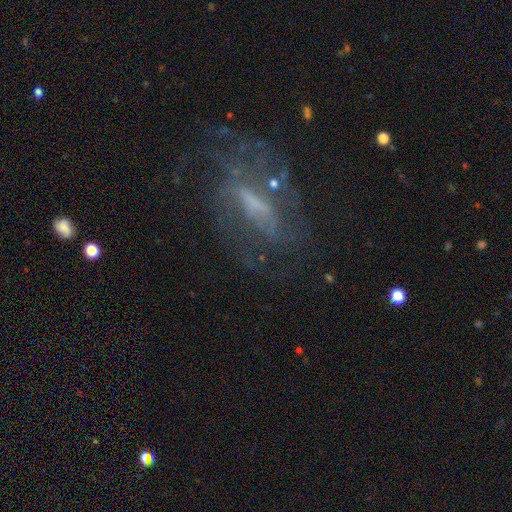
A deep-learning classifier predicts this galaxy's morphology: This is likely a featured or disk galaxy (66%). It is likely not viewed edge-on (80%). Bar: marginally weak (39%). Spiral arm pattern: likely yes (70%). Central bulge: marginally small (38%). Merging: likely none (64%).